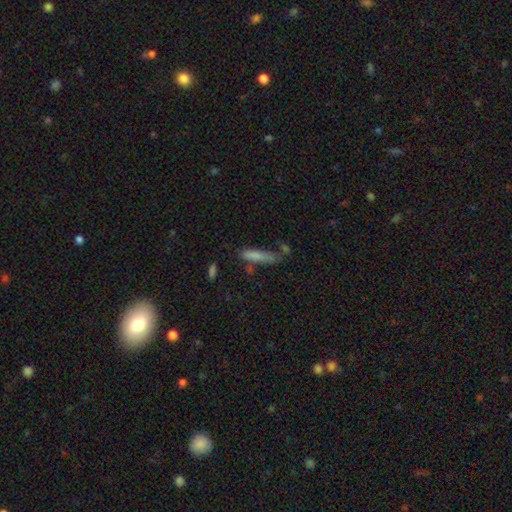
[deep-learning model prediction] Overall: smooth (78%). How rounded: cigar-shaped (81%). Merging: none (55%; minor disturbance 23%).